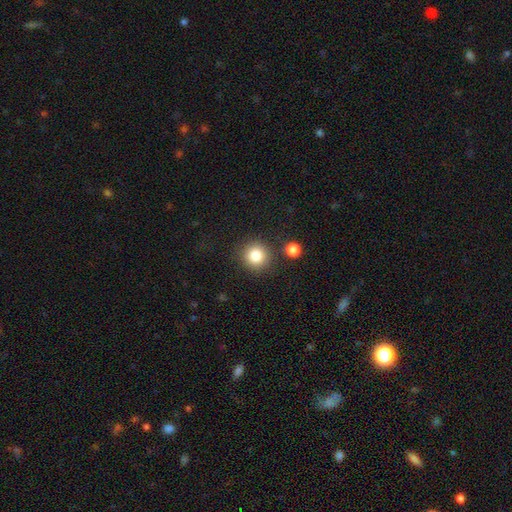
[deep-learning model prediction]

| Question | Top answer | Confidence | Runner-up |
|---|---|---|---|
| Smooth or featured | smooth | 84% | star or artifact (10%) |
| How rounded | round | 93% | in between (6%) |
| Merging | none | 84% | minor disturbance (8%) |